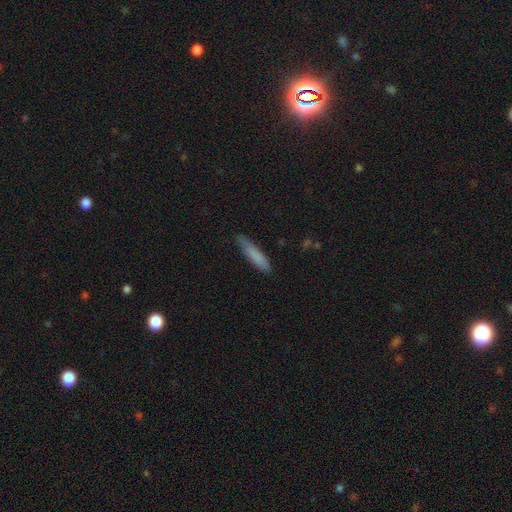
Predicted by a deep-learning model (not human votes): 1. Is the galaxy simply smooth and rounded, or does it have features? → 80% smooth, 14% featured or disk, 6% star or artifact.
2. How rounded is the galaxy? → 86% cigar-shaped, 13% in between, 1% round.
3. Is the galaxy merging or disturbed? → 78% none, 17% minor disturbance, 3% major disturbance, 1% merger.